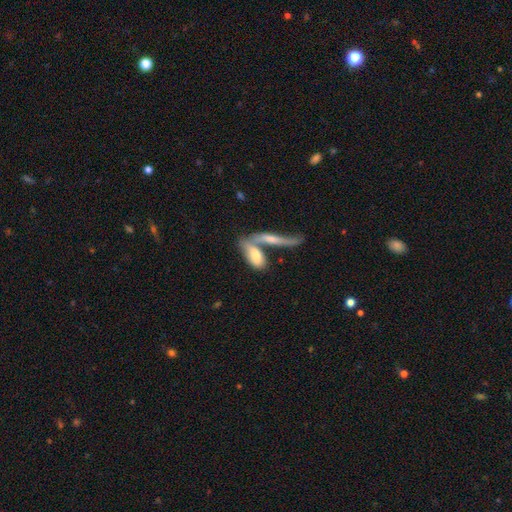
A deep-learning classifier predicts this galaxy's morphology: smooth_or_featured: smooth (p=0.68) [alt: featured or disk p=0.25]
how_rounded: in between (p=0.68) [alt: cigar-shaped p=0.29]
merging: merger (p=0.56) [alt: none p=0.26]